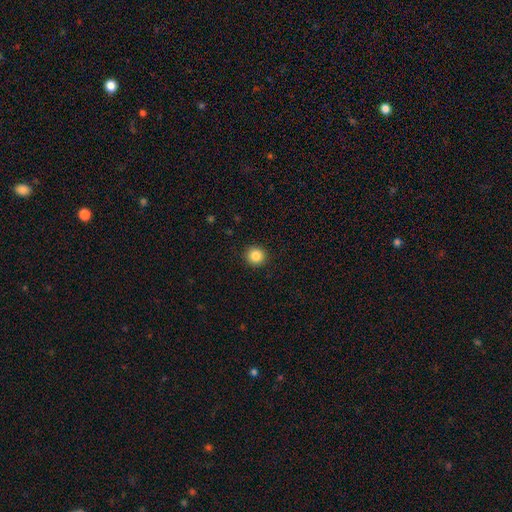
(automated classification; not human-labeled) Morphology: type=smooth (86%); roundness=round (93%); merging=none (92%).